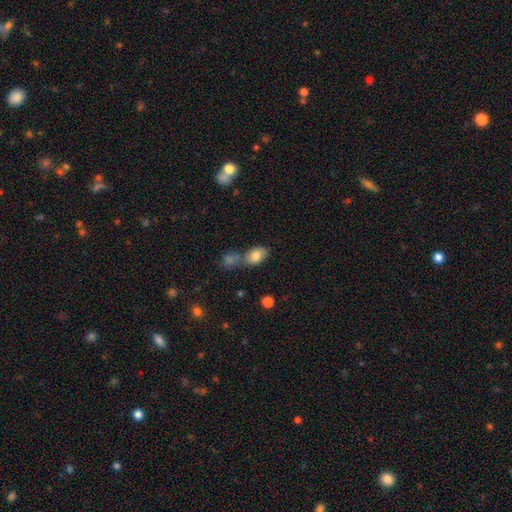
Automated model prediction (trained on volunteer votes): smooth-or-featured: smooth: 78% | featured or disk: 13% | star or artifact: 9%
  how-rounded: in between: 85% | round: 13% | cigar-shaped: 2%
  merging: none: 42% | merger: 36% | minor disturbance: 15% | major disturbance: 7%